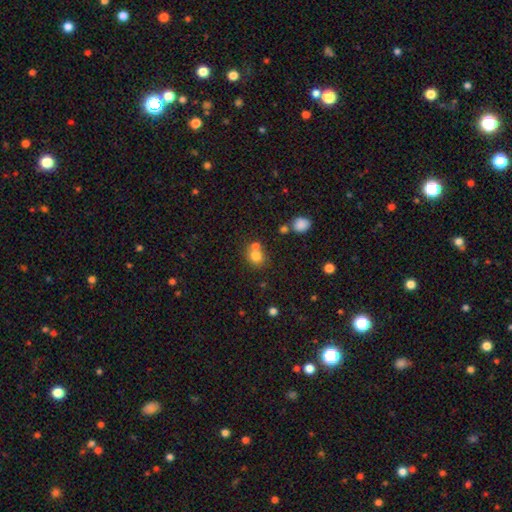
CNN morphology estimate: Q: Smooth or featured?
A: smooth (76%); runner-up: star or artifact (13%)
Q: How rounded?
A: round (78%); runner-up: in between (21%)
Q: Merging?
A: none (50%); runner-up: merger (38%)